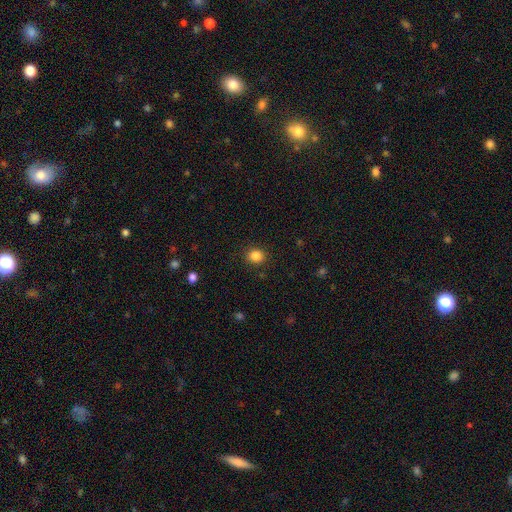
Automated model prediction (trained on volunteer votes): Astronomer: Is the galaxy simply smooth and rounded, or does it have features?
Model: smooth — 85%.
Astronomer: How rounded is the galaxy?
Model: round — 75%.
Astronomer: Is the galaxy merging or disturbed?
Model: none — 88%.